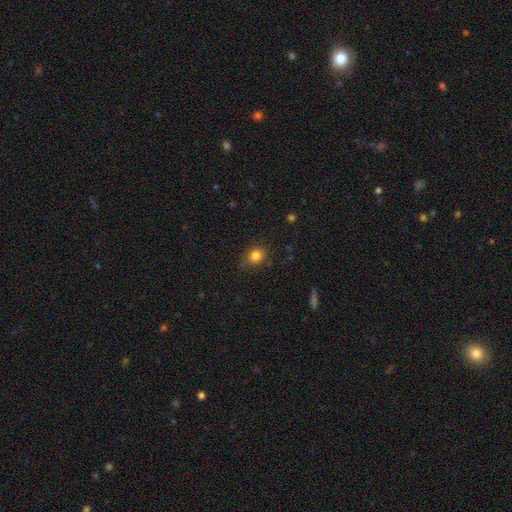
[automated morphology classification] This appears to be a smooth galaxy with no disk features (83%) that is round (75%). Merging: none (82%).